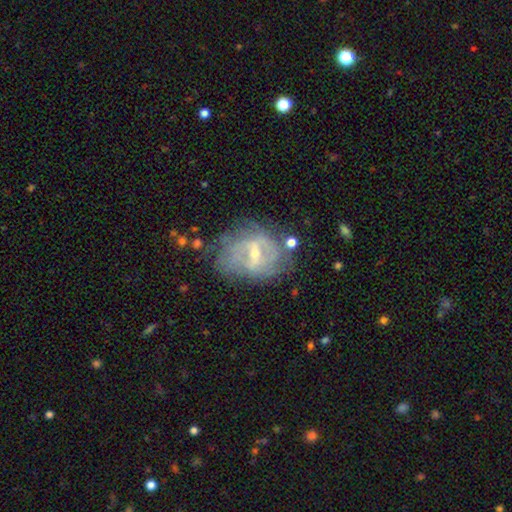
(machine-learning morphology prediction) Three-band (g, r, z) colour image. It shows a featured or disk galaxy (70%) with a weak bar (49%), spiral arms (67%) and a small central bulge (55%). Merging: none (62%).